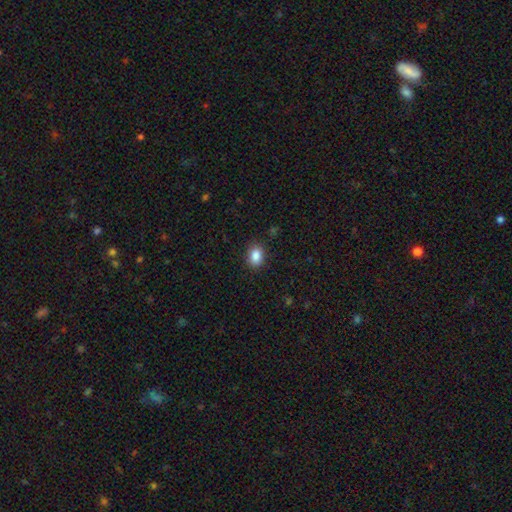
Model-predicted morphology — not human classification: smooth-or-featured: smooth: 87% | star or artifact: 9% | featured or disk: 4%
  how-rounded: in between: 72% | round: 27% | cigar-shaped: 1%
  merging: none: 87% | minor disturbance: 10% | major disturbance: 3% | merger: 1%